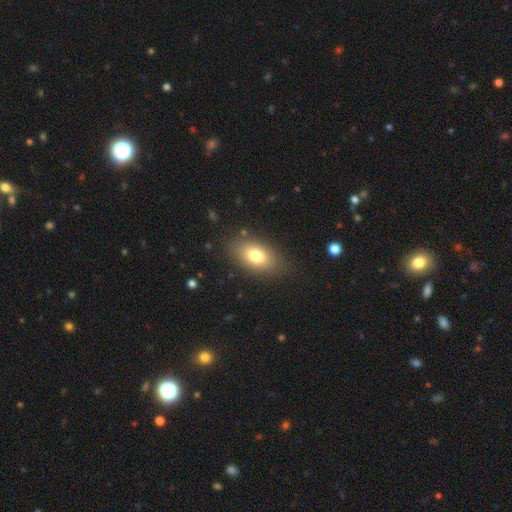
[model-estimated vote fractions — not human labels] smooth-or-featured: smooth: 78% | featured or disk: 13% | star or artifact: 9%
  how-rounded: in between: 87% | round: 10% | cigar-shaped: 2%
  merging: none: 83% | minor disturbance: 12% | major disturbance: 4% | merger: 1%